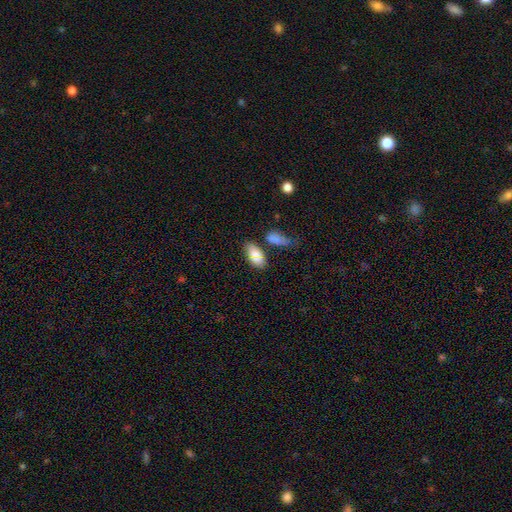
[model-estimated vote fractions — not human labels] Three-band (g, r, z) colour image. It shows a smooth galaxy with no disk features (76%) that is in between round and cigar-shaped (90%). Merging: none (72%).